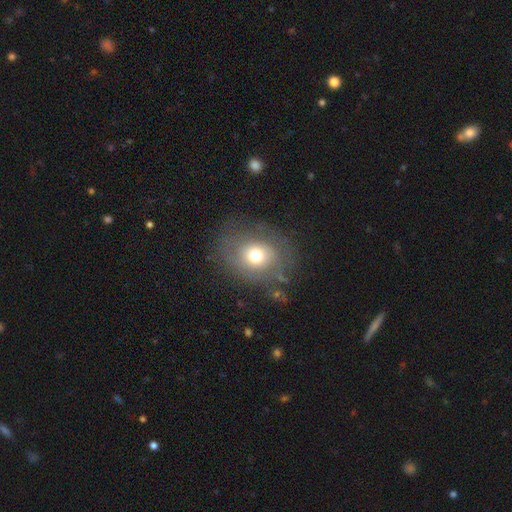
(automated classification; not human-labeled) The model was most divided on "how rounded": round: 55%, in between: 44%, cigar-shaped: 1%. More confident: merging — none (68%); smooth or featured — smooth (63%).